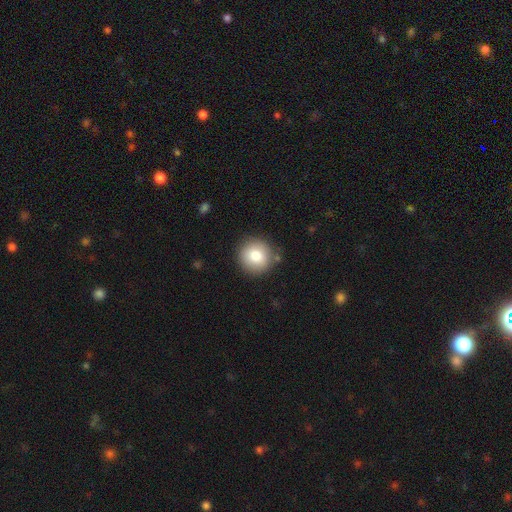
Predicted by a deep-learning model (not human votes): Smooth or featured?
  - smooth: 81% *
  - featured or disk: 10%
  - star or artifact: 9%
How rounded?
  - round: 94% *
  - in between: 5%
  - cigar-shaped: 1%
Merging?
  - none: 86% *
  - minor disturbance: 9%
  - merger: 3%
  - major disturbance: 2%